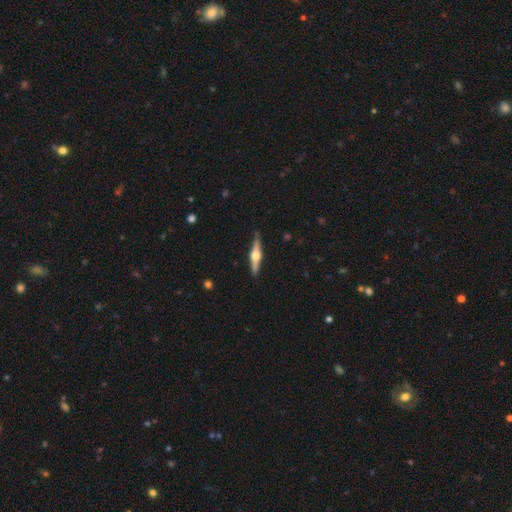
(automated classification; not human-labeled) Smooth or featured: featured or disk — 70% (smooth — 25%)
Edge-on disk: yes — 97% (no — 3%)
Edge-on bulge: rounded — 95% (boxy — 3%)
Merging: none — 88% (minor disturbance — 9%)